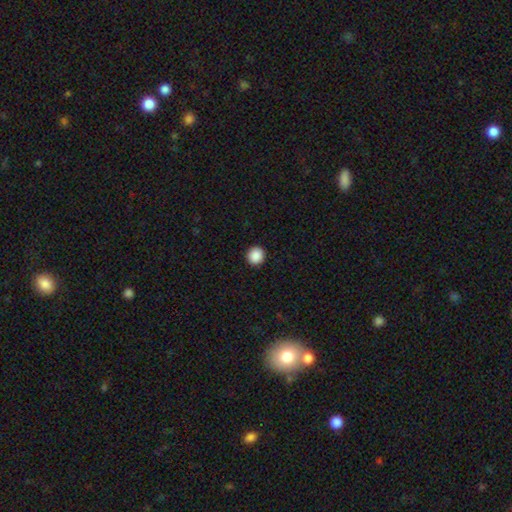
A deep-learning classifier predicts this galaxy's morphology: Smooth or featured? Predicted: smooth (p=0.89). How rounded? Predicted: round (p=0.93). Merging? Predicted: none (p=0.93).